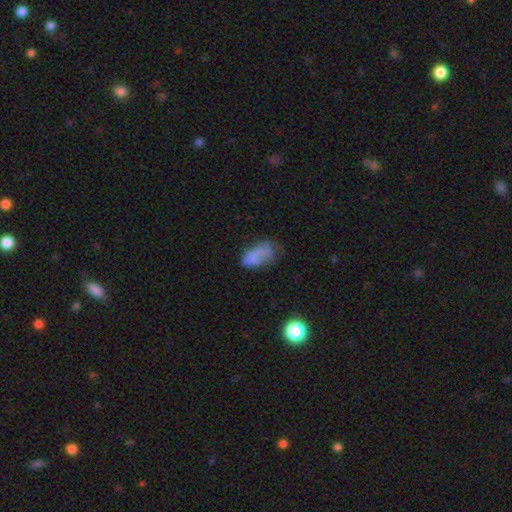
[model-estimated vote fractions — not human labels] smooth_or_featured: smooth (p=0.62) [alt: featured or disk p=0.26]
how_rounded: in between (p=0.89) [alt: round p=0.07]
merging: none (p=0.35) [alt: major disturbance p=0.30]